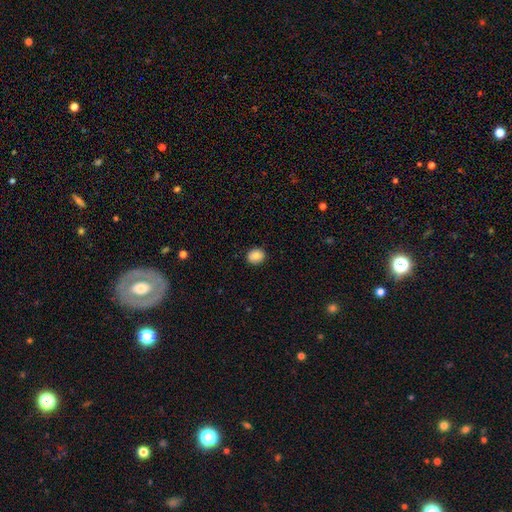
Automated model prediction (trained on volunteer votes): This appears to be a smooth galaxy with no disk features (86%) that is round (58%). Merging: none (89%).